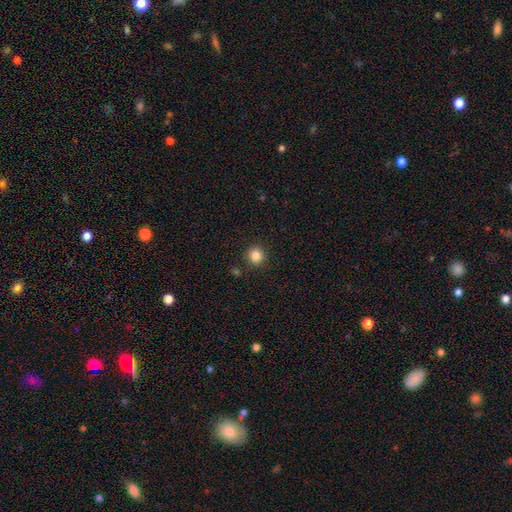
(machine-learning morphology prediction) type=smooth (85%); roundness=round (91%); merging=none (90%).